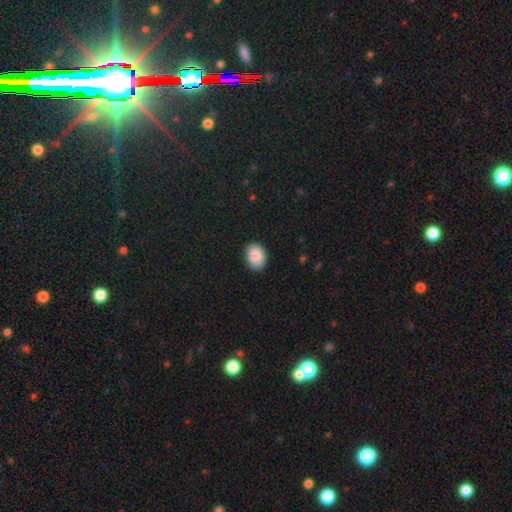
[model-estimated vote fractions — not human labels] Morphology: type=smooth (89%); roundness=in between (70%); merging=none (84%).